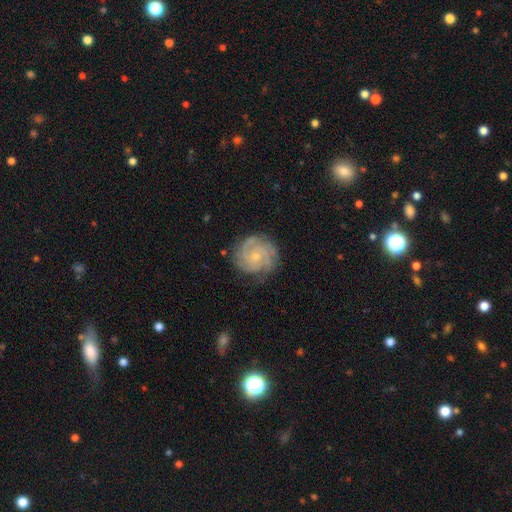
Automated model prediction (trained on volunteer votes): smooth-or-featured: featured or disk: 87% | smooth: 8% | star or artifact: 5%
  disk-edge-on: no: 98% | yes: 2%
    bar: no: 74% | weak: 22% | strong: 4%
    has-spiral-arms: yes: 98% | no: 2%
      spiral-winding: tight: 73% | medium: 24% | loose: 3%
      spiral-arm-count: 3: 42% | 4: 17% | 2: 16% | can't tell: 14% | more than 4: 6% | 1: 5%
    bulge-size: small: 72% | moderate: 23% | none: 2% | large: 1% | dominant: 1%
  merging: none: 80% | minor disturbance: 15% | major disturbance: 4% | merger: 1%